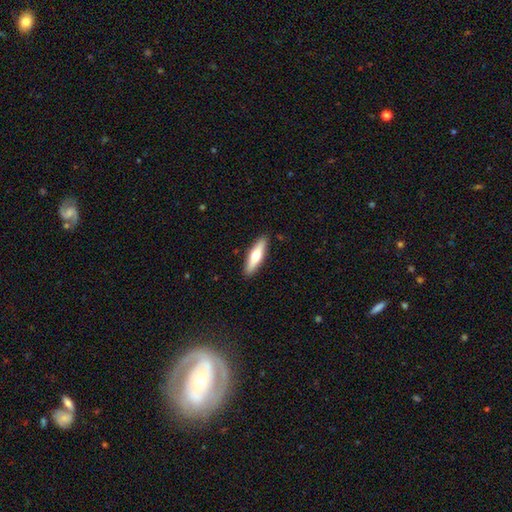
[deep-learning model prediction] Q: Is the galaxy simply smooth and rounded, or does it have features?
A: smooth — 55%.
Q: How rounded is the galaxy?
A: cigar-shaped — 69%.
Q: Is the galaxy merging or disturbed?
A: none — 90%.